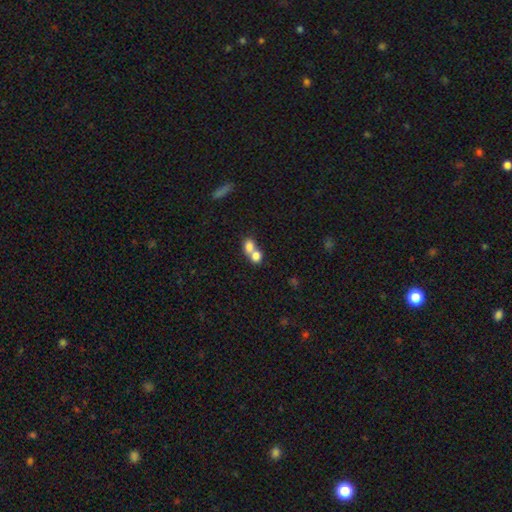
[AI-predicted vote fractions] Smooth or featured?
  - smooth: 77% *
  - featured or disk: 14%
  - star or artifact: 9%
How rounded?
  - round: 56% *
  - in between: 43%
  - cigar-shaped: 1%
Merging?
  - merger: 72% *
  - none: 21%
  - minor disturbance: 5%
  - major disturbance: 3%